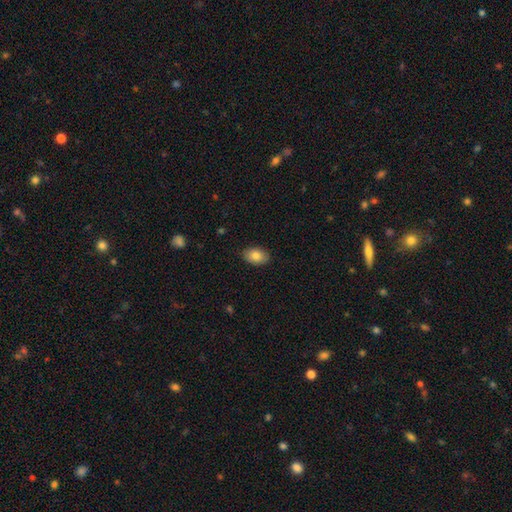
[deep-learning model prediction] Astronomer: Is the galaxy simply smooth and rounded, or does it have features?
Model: smooth — 83%.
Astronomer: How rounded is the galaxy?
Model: in between — 87%.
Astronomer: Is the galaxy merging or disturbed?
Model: none — 88%.